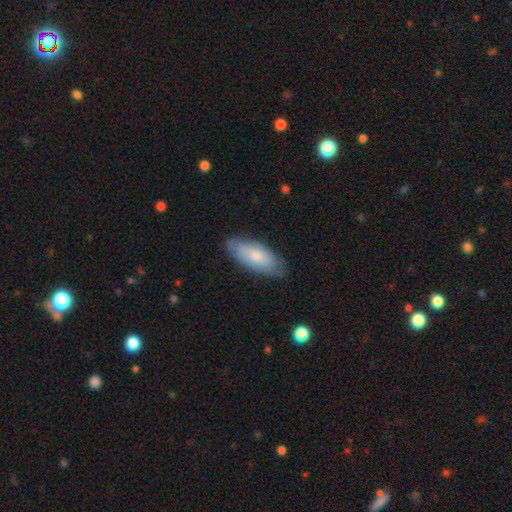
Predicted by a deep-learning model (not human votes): smooth-or-featured: smooth: 73% | featured or disk: 21% | star or artifact: 6%
  how-rounded: in between: 81% | cigar-shaped: 17% | round: 2%
  merging: none: 79% | minor disturbance: 17% | major disturbance: 3% | merger: 1%